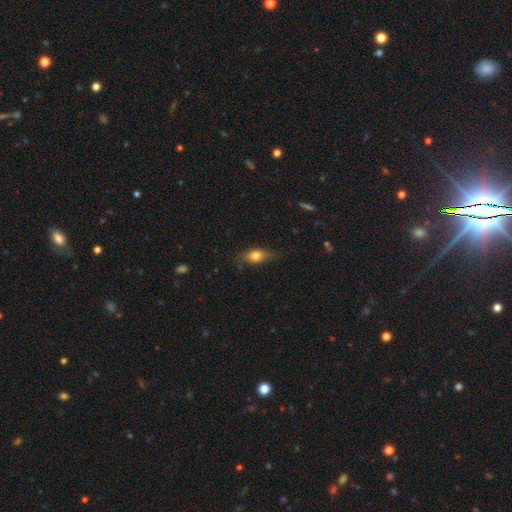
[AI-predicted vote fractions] A smooth galaxy with no disk features (70%) that is in between round and cigar-shaped (72%).

Vote fractions:
- Smooth or featured? smooth: 70% / featured or disk: 21% / star or artifact: 9%
- How rounded? in between: 72% / round: 14% / cigar-shaped: 14%
- Merging? none: 69% / minor disturbance: 24% / major disturbance: 6% / merger: 1%